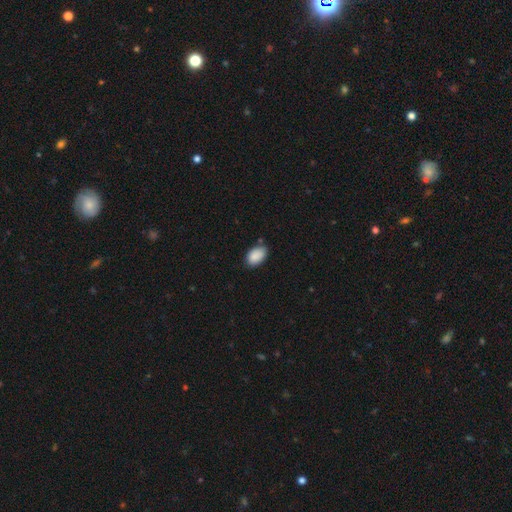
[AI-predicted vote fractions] The model was most divided on "merging": none: 72%, minor disturbance: 21%, merger: 3%, major disturbance: 3%. More confident: how rounded — in between (90%); smooth or featured — smooth (89%).